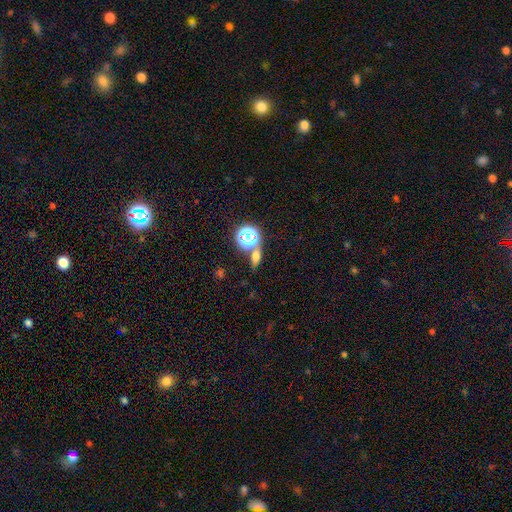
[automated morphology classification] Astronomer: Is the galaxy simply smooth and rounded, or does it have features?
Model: smooth — 53% (runner-up: star or artifact, 29%).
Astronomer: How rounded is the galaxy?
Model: in between — 50% (runner-up: round, 31%).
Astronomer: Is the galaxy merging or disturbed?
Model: none — 67%.